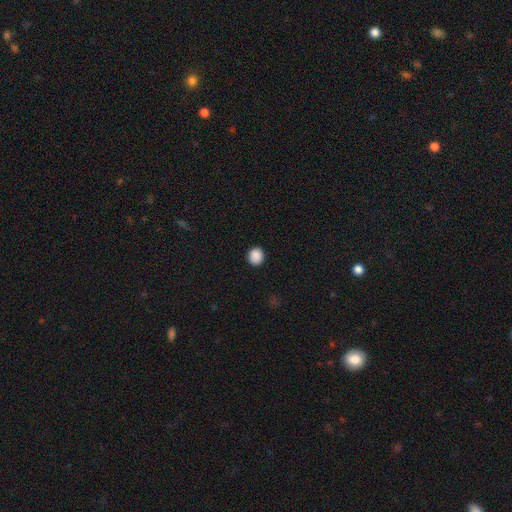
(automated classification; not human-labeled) Q: Smooth or featured?
A: smooth (89%); runner-up: star or artifact (9%)
Q: How rounded?
A: round (85%); runner-up: in between (14%)
Q: Merging?
A: none (92%); runner-up: minor disturbance (6%)